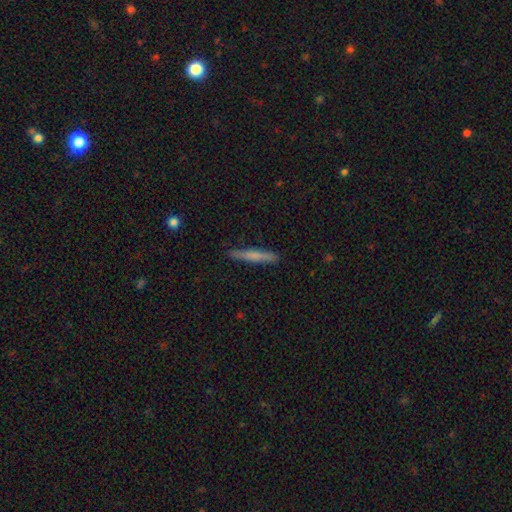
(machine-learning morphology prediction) Smooth or featured?
  - smooth: 71% *
  - featured or disk: 23%
  - star or artifact: 6%
How rounded?
  - cigar-shaped: 94% *
  - in between: 4%
  - round: 1%
Merging?
  - none: 87% *
  - minor disturbance: 10%
  - major disturbance: 2%
  - merger: 1%